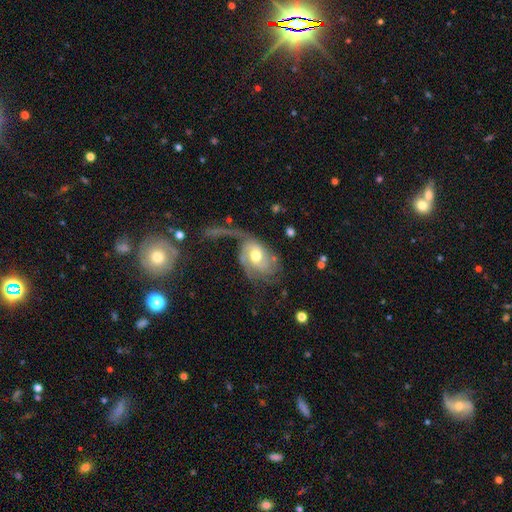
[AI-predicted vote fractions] Morphology: type=featured or disk (73%); edge-on=no (95%); bar=no (63%); spiral arms=yes (85%); winding=loose (41%); arm count=2 (38%); bulge=moderate (72%); merging=major disturbance (51%).